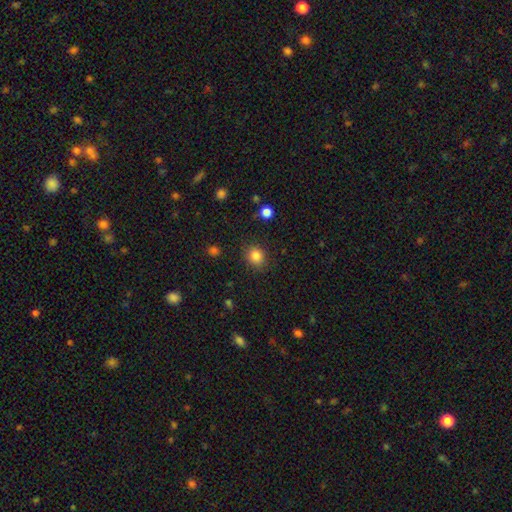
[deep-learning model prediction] This is clearly a smooth galaxy (84%). How rounded: likely round (77%). Merging: clearly none (86%).